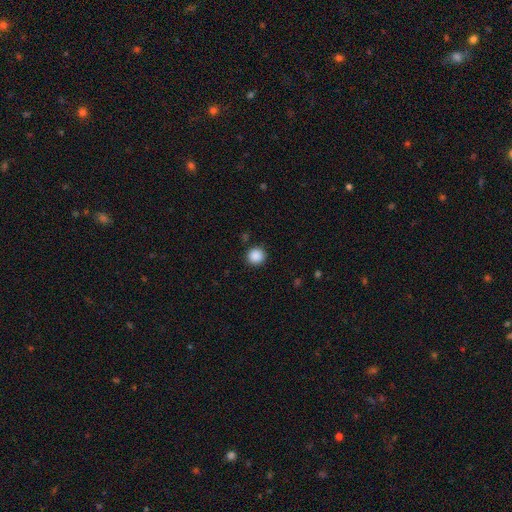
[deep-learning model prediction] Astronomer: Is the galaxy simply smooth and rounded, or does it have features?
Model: smooth — 88%.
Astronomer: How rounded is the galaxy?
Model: round — 93%.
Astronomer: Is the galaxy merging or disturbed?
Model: none — 90%.